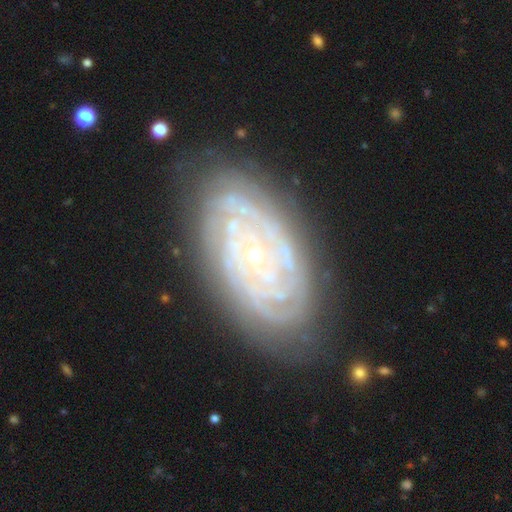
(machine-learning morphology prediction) smooth_or_featured: featured or disk (p=0.88) [alt: smooth p=0.06]
disk_edge_on: no (p=0.95) [alt: yes p=0.05]
bar: no (p=0.76) [alt: weak p=0.17]
has_spiral_arms: yes (p=0.97) [alt: no p=0.03]
spiral_winding: tight (p=0.85) [alt: medium p=0.13]
spiral_arm_count: can't tell (p=0.28) [alt: 2 p=0.18]
bulge_size: small (p=0.78) [alt: moderate p=0.19]
merging: none (p=0.78) [alt: minor disturbance p=0.16]